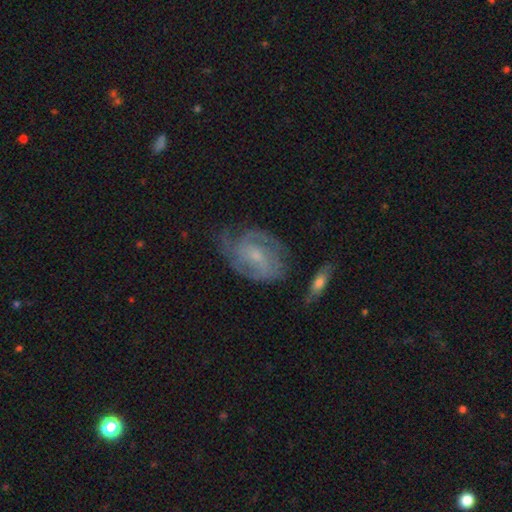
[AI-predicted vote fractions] A featured or disk galaxy (80%) with no bar (50%), 2 (41%) tight (49%) spiral arms (93%) and a small central bulge (67%).

Vote fractions:
- Smooth or featured? featured or disk: 80% / smooth: 13% / star or artifact: 7%
- Edge-on disk? no: 96% / yes: 4%
- Bar? no: 50% / weak: 41% / strong: 9%
- Spiral arms? yes: 93% / no: 7%
- Spiral winding? tight: 49% / medium: 40% / loose: 11%
- Spiral arm count? 2: 41% / can't tell: 26% / 3: 20% / 4: 5% / 1: 5% / more than 4: 4%
- Bulge size? small: 67% / moderate: 26% / none: 4% / large: 1% / dominant: 1%
- Merging? none: 64% / minor disturbance: 22% / major disturbance: 11% / merger: 3%